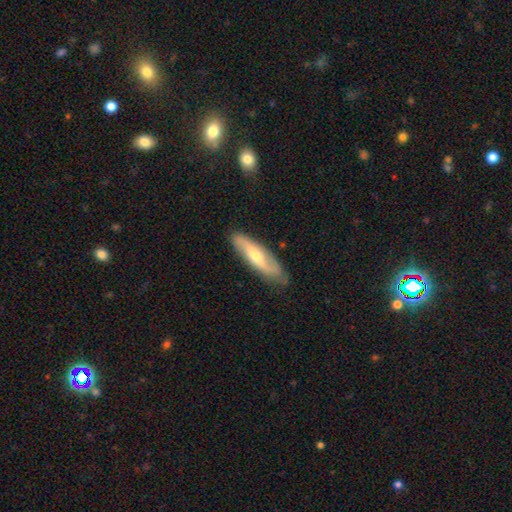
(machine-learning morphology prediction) Smooth or featured?
  - featured or disk: 61% *
  - smooth: 34%
  - star or artifact: 6%
Edge-on disk?
  - no: 66% *
  - yes: 34%
Merging?
  - none: 80% *
  - minor disturbance: 16%
  - major disturbance: 3%
  - merger: 2%